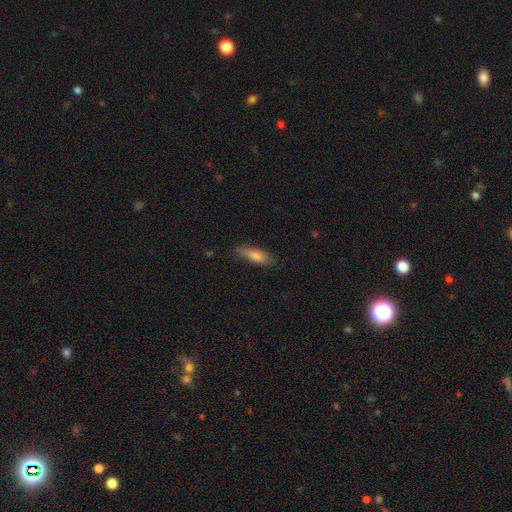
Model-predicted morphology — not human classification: smooth_or_featured: smooth (p=0.77) [alt: featured or disk p=0.15]
how_rounded: cigar-shaped (p=0.54) [alt: in between p=0.44]
merging: none (p=0.80) [alt: minor disturbance p=0.16]